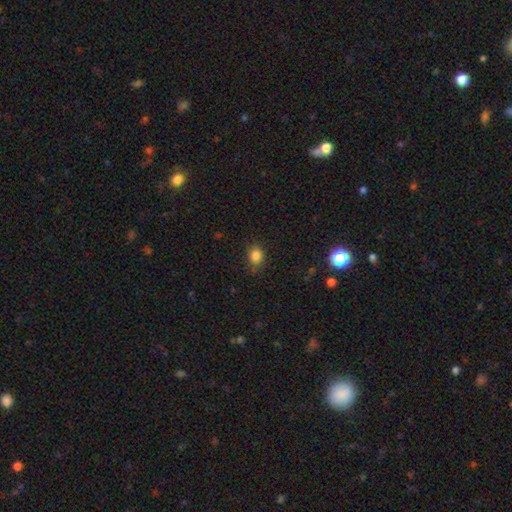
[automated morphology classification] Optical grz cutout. It shows a smooth galaxy with no disk features (84%) that is round (55%). Merging: none (80%).